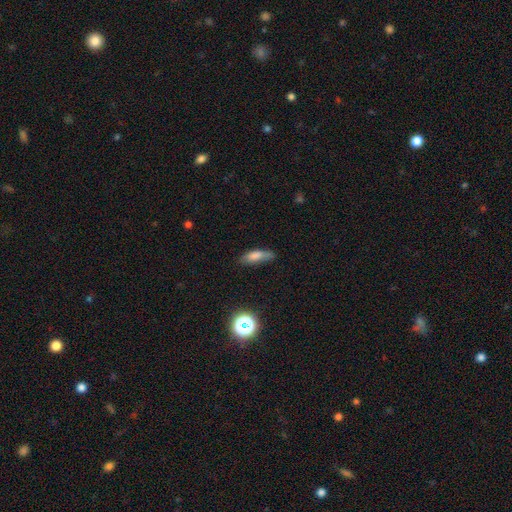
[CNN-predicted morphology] Overall: smooth (74%). How rounded: in between (52%; cigar-shaped 45%). Merging: none (63%; minor disturbance 27%).